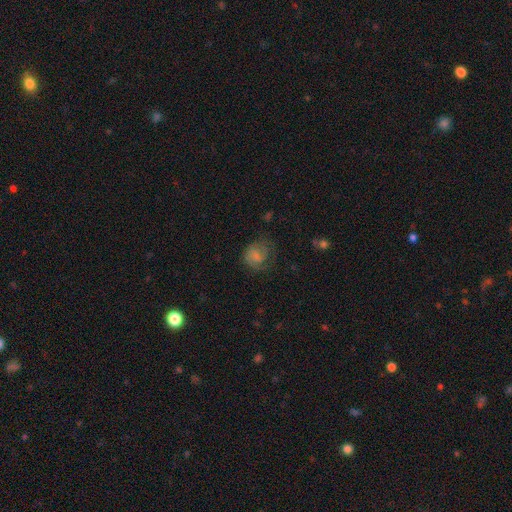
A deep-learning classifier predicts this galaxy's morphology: This is likely a smooth galaxy (62%). How rounded: likely round (70%). Merging: possibly none (51%).